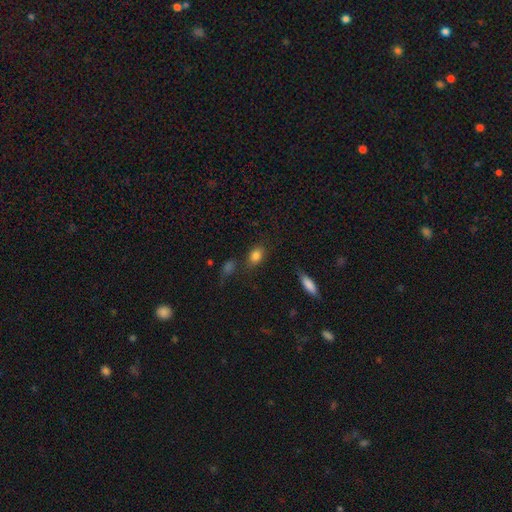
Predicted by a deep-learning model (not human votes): smooth_or_featured: smooth (p=0.83) [alt: star or artifact p=0.10]
how_rounded: in between (p=0.77) [alt: round p=0.20]
merging: none (p=0.72) [alt: minor disturbance p=0.15]